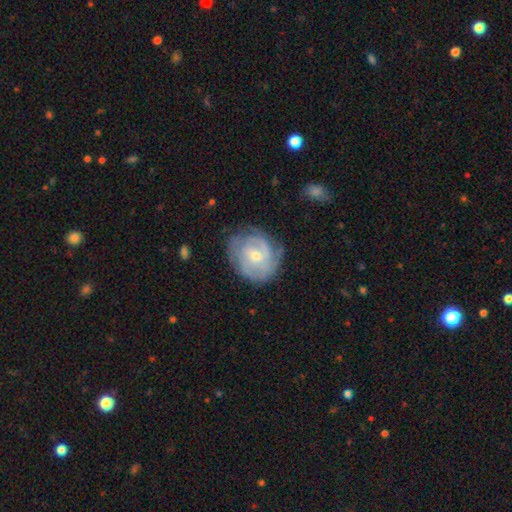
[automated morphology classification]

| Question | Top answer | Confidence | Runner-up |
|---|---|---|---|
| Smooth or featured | featured or disk | 82% | smooth (12%) |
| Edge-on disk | no | 98% | yes (2%) |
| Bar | no | 45% | tied: weak (45%) |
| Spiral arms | yes | 95% | no (5%) |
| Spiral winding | tight | 65% | medium (29%) |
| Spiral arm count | can't tell | 28% | 2 (27%) |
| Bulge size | small | 56% | moderate (40%) |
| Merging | none | 75% | minor disturbance (18%) |